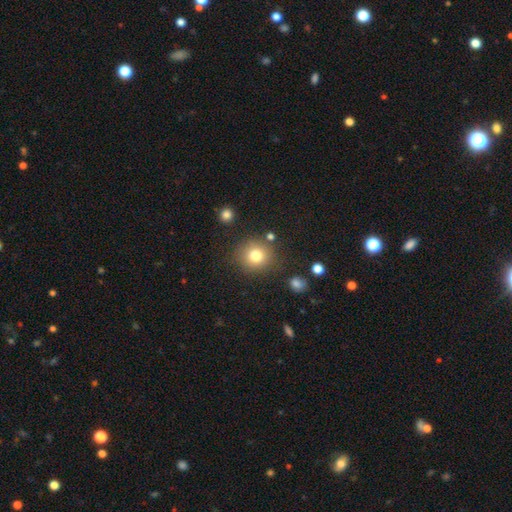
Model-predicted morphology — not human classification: Q: Smooth or featured?
A: smooth (79%); runner-up: star or artifact (12%)
Q: How rounded?
A: round (89%); runner-up: in between (10%)
Q: Merging?
A: none (82%); runner-up: minor disturbance (10%)